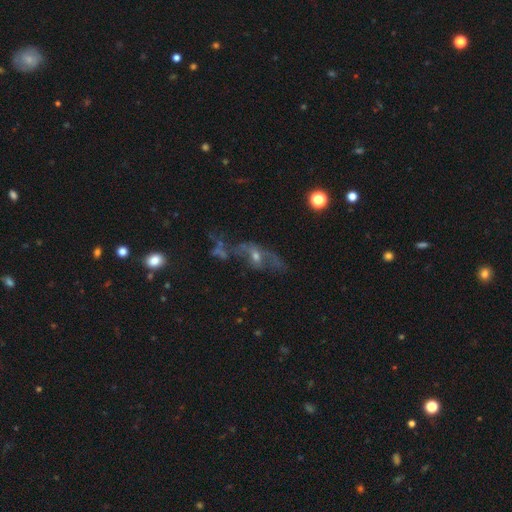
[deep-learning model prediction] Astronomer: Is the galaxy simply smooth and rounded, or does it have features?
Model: featured or disk — 54%.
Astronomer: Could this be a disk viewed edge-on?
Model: no — 77%.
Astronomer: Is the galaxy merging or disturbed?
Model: none — 45% (runner-up: merger, 24%).